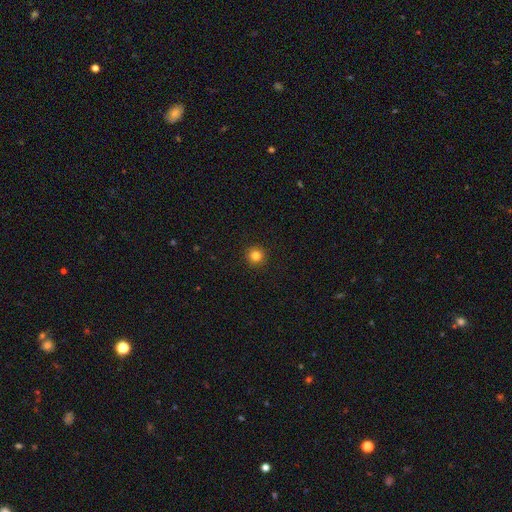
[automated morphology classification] This appears to be a smooth galaxy with no disk features (82%) that is round (95%). Merging: none (93%).